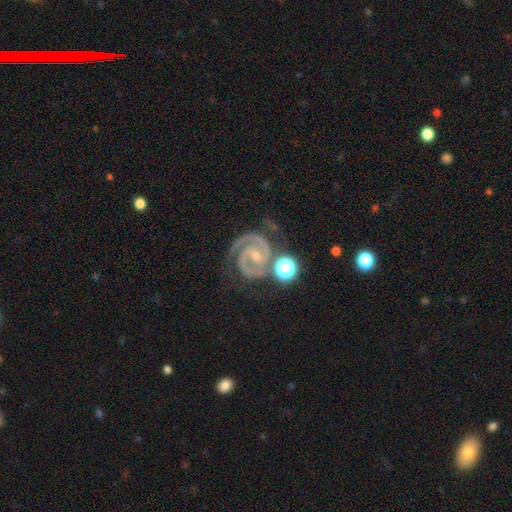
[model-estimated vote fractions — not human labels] The model was most divided on "bar": no: 53%, weak: 33%, strong: 15%. More confident: spiral arms — yes (99%); edge-on disk — no (98%); smooth or featured — featured or disk (92%); spiral arm count — 2 (87%); merging — none (69%); bulge size — small (67%); spiral winding — tight (65%).